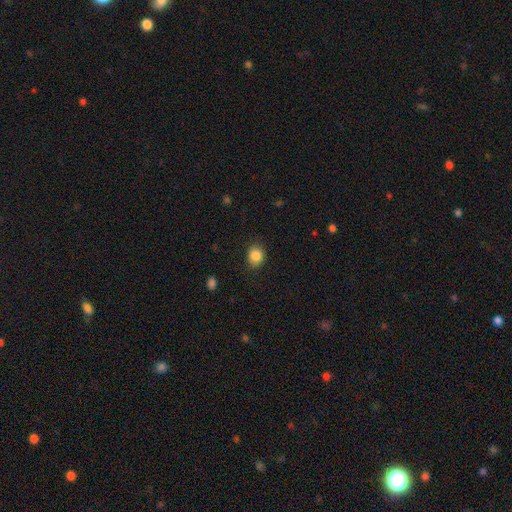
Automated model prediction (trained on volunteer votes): Overall: smooth (86%). How rounded: round (65%; in between 34%). Merging: none (85%).